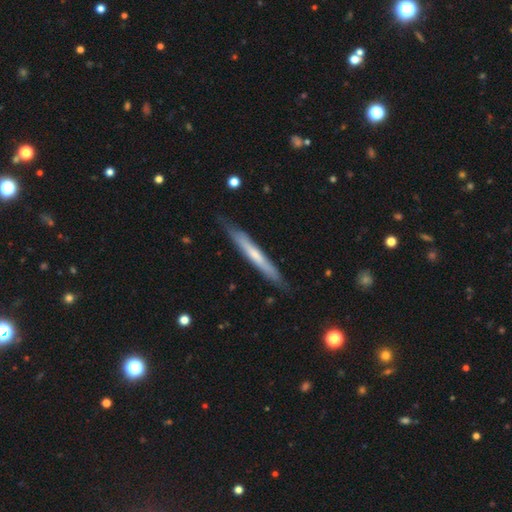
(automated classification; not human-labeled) Smooth or featured? featured or disk (50%)
Merging? none (83%)